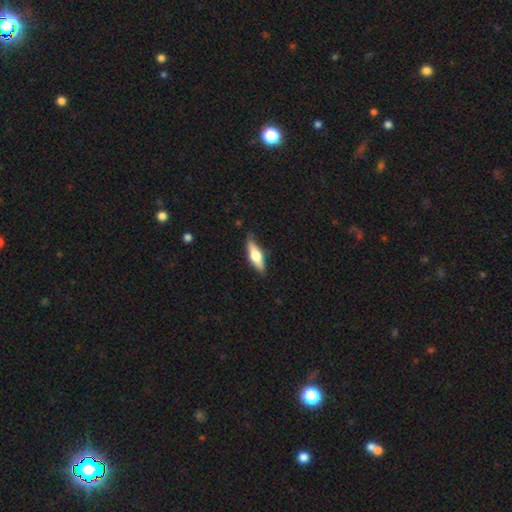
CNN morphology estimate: A featured or disk galaxy (48%). Merging: none (82%).